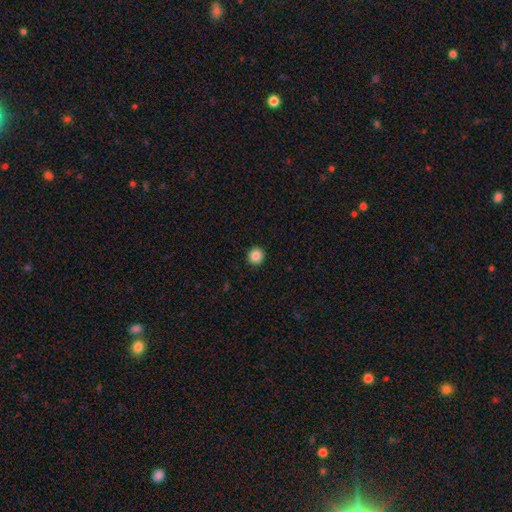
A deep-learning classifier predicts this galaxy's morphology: Smooth or featured? smooth (85%)
How rounded? round (93%)
Merging? none (93%)